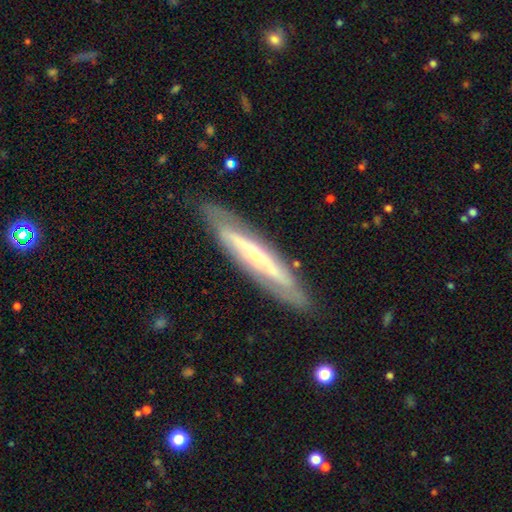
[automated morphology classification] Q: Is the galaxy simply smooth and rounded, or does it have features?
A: featured or disk — 75%.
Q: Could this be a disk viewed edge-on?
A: yes — 55%.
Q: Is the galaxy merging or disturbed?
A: none — 82%.